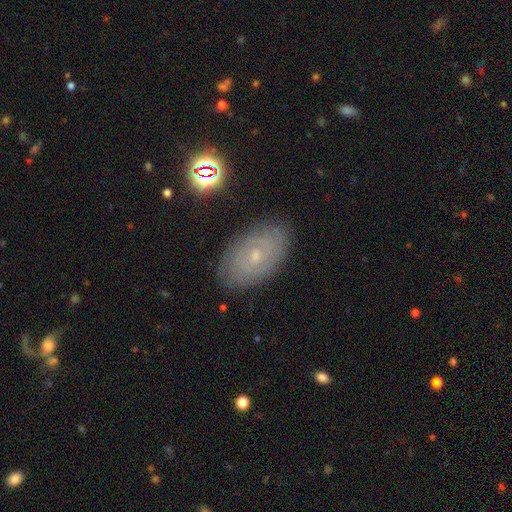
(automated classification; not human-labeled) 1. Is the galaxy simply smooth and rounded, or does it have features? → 53% featured or disk, 35% smooth, 13% star or artifact.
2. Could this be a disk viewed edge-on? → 92% no, 8% yes.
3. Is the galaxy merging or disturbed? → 84% none, 12% minor disturbance, 3% major disturbance, 1% merger.